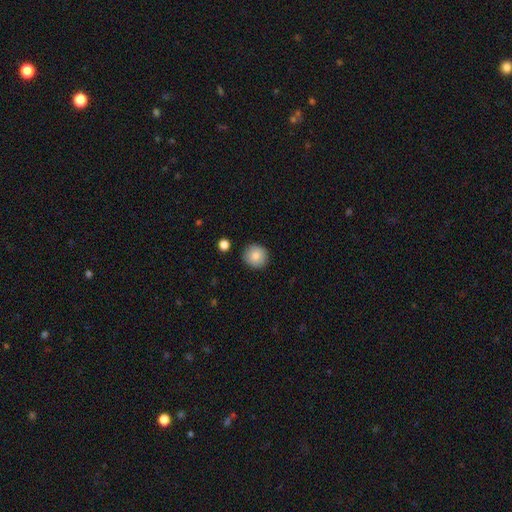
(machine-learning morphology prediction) This is clearly a smooth galaxy (85%). How rounded: clearly round (90%). Merging: clearly none (90%).